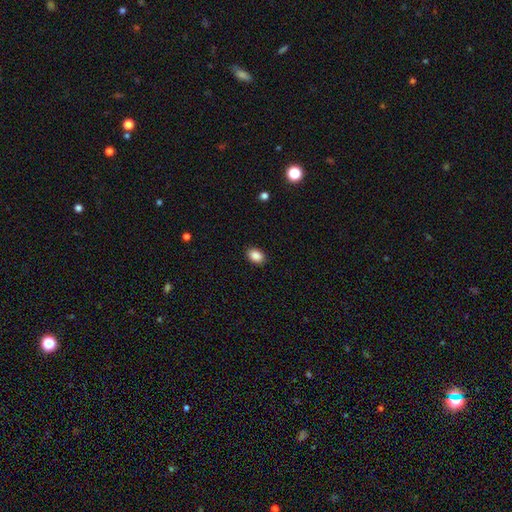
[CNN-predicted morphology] A smooth galaxy with no disk features (88%) that is in between round and cigar-shaped (77%). Merging: none (89%).